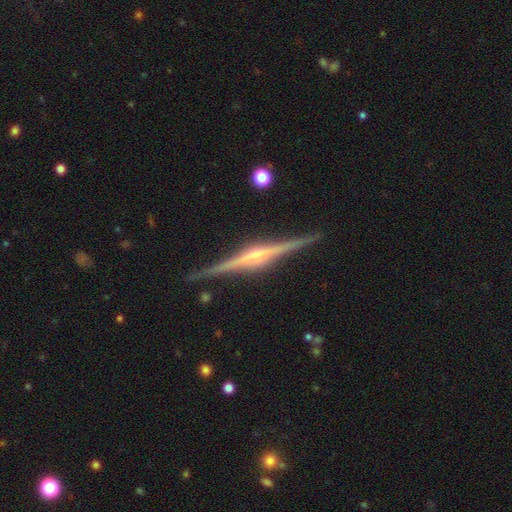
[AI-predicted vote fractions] This appears to be a featured or disk galaxy (87%) viewed edge-on (98%) with a rounded central bulge (73%). Merging: none (90%).